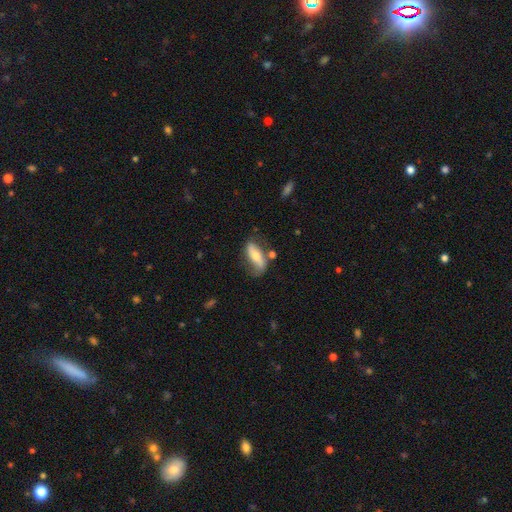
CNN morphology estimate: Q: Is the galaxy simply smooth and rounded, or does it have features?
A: featured or disk — 47%.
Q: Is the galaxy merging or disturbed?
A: none — 54%.